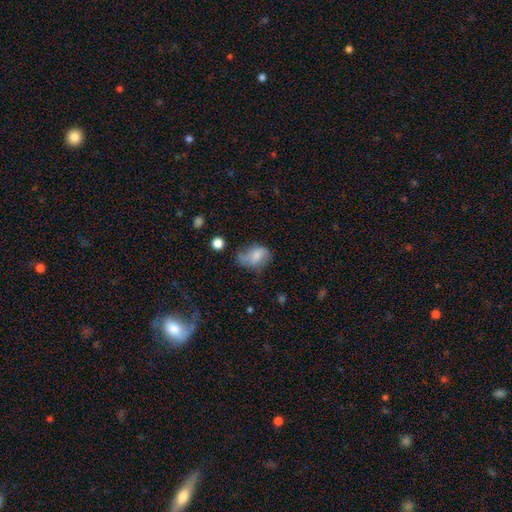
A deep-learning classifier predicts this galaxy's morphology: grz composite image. It shows a smooth galaxy with no disk features (62%) that is in between round and cigar-shaped (76%). Merging: none (41%).